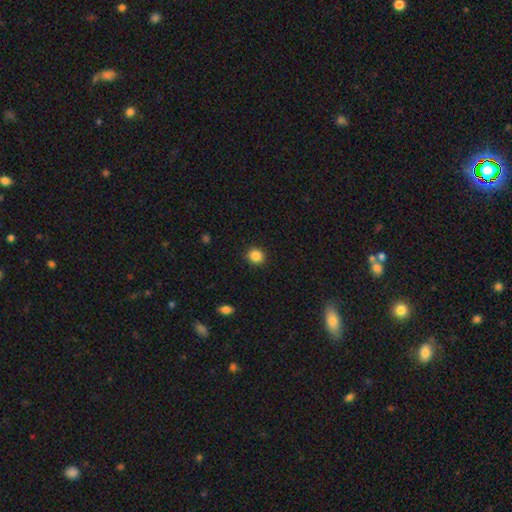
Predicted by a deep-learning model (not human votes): Smooth or featured? smooth (86%)
How rounded? round (86%)
Merging? none (91%)